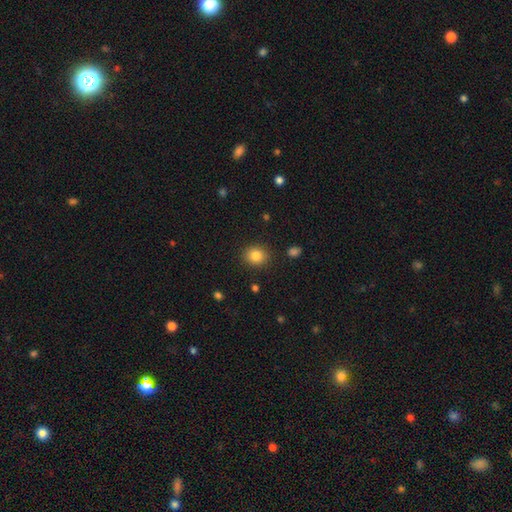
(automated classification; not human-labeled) The model was most divided on "how rounded": round: 73%, in between: 27%, cigar-shaped: 1%. More confident: merging — none (88%); smooth or featured — smooth (85%).